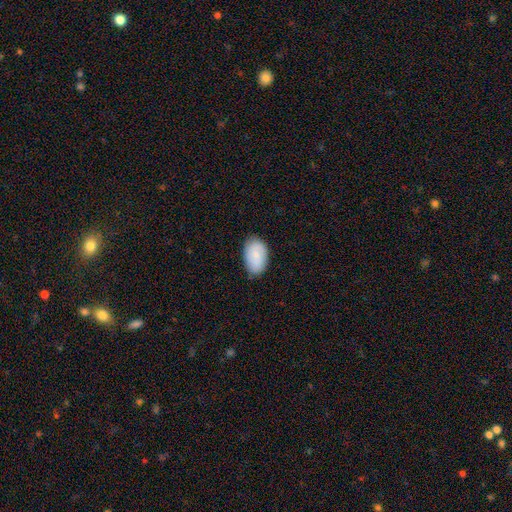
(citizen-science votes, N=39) Q: Smooth or featured?
A: smooth (95%); runner-up: featured or disk (3%)
Q: How rounded?
A: in between (92%); runner-up: round (5%)
Q: Merging?
A: none (71%); runner-up: minor disturbance (24%)